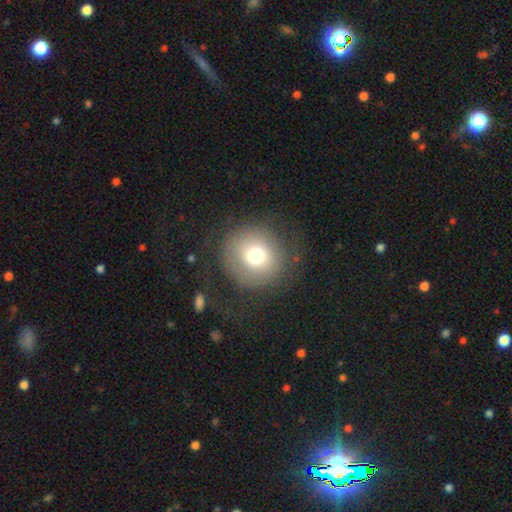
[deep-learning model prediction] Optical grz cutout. It shows a smooth galaxy with no disk features (69%) that is round (94%). Merging: none (74%).